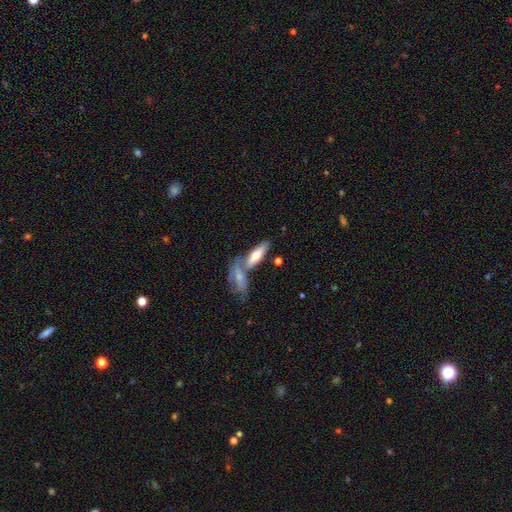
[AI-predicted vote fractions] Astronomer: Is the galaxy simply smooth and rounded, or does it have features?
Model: smooth — 61%.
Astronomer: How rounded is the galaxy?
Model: in between — 55% (runner-up: cigar-shaped, 43%).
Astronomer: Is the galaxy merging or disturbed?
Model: merger — 45% (runner-up: none, 41%).